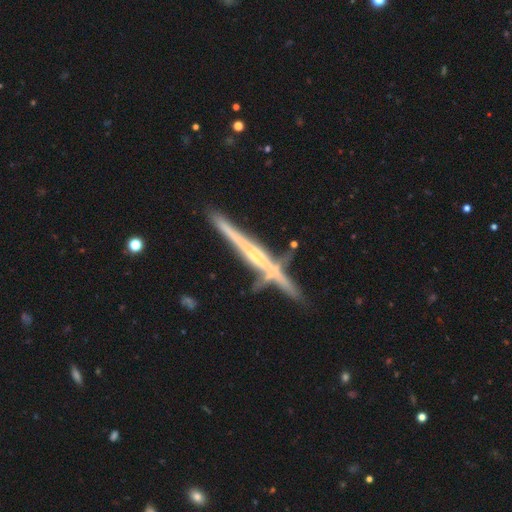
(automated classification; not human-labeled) Overall: featured or disk (80%). Edge-on disk: yes (98%). Edge-on bulge: rounded (48%; none 36%). Merging: none (72%).